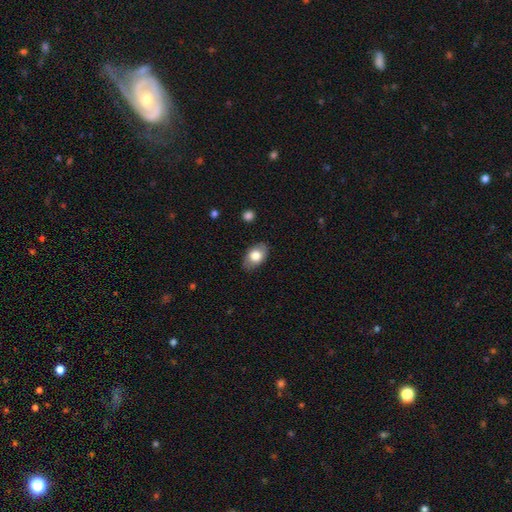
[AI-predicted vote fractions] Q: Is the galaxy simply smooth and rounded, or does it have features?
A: smooth — 75%.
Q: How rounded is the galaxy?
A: in between — 89%.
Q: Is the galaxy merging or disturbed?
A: none — 83%.